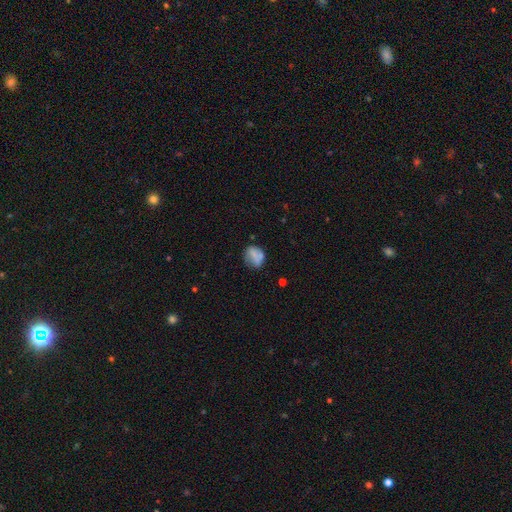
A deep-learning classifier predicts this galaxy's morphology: smooth-or-featured: smooth: 70% | featured or disk: 20% | star or artifact: 10%
  how-rounded: round: 53% | in between: 45% | cigar-shaped: 2%
  merging: none: 54% | minor disturbance: 29% | major disturbance: 11% | merger: 6%